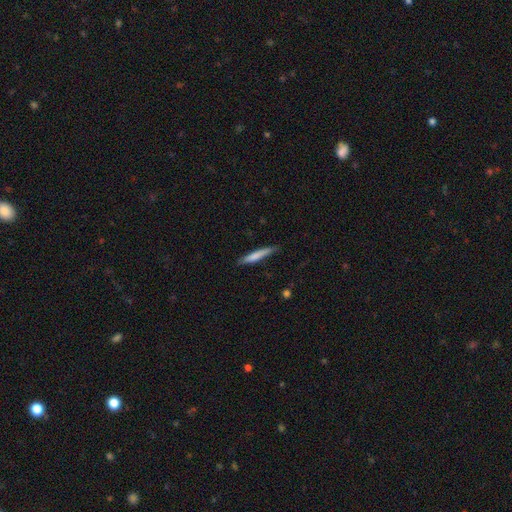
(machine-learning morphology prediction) The model was most divided on "smooth or featured": smooth: 71%, featured or disk: 23%, star or artifact: 5%. More confident: how rounded — cigar-shaped (93%); merging — none (79%).